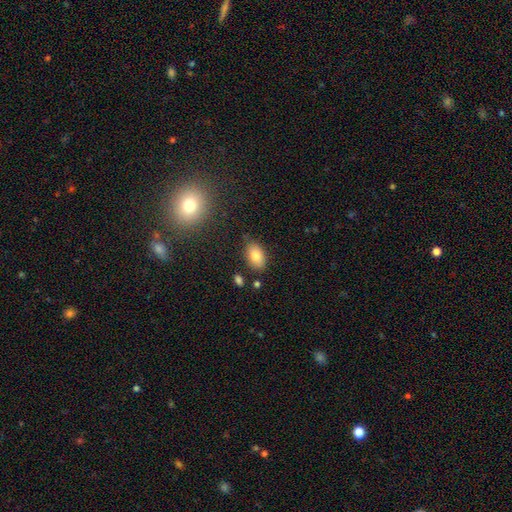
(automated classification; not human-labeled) Smooth or featured? Predicted: smooth (p=0.83). How rounded? Predicted: in between (p=0.91). Merging? Predicted: none (p=0.79).